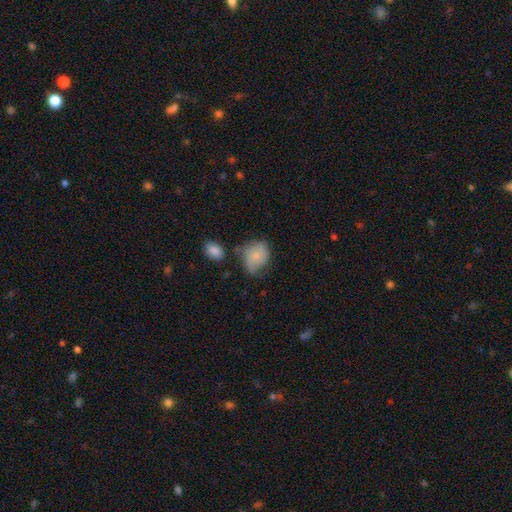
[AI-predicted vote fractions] Smooth or featured?
  - smooth: 69% *
  - featured or disk: 23%
  - star or artifact: 8%
How rounded?
  - round: 54% *
  - in between: 45%
  - cigar-shaped: 1%
Merging?
  - none: 43% *
  - minor disturbance: 35%
  - major disturbance: 15%
  - merger: 7%